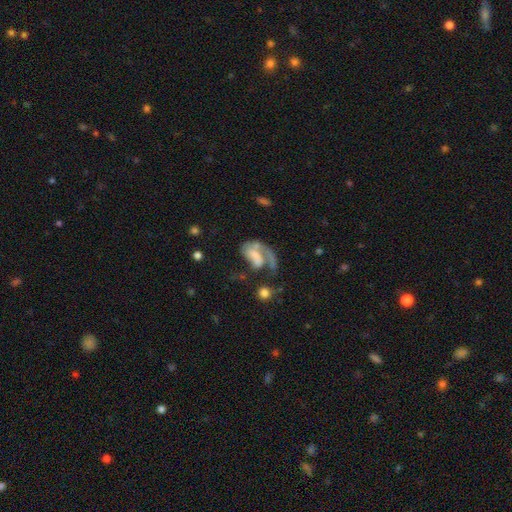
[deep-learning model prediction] A featured or disk galaxy (63%) with no bar (58%), spiral arms (73%) and no central bulge (38%). Merging: major disturbance (48%).